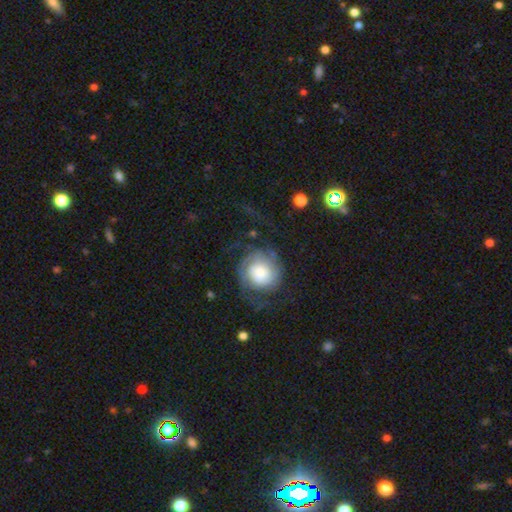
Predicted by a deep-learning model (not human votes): Smooth or featured: featured or disk — 38% (tied with smooth — 38%)
Merging: none — 77% (minor disturbance — 13%)